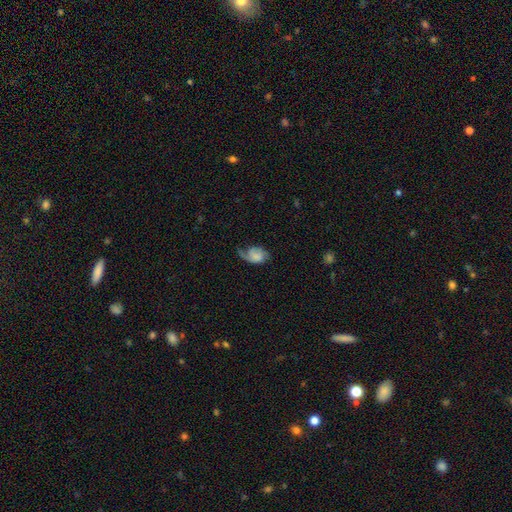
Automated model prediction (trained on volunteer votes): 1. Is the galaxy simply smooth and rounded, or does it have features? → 48% featured or disk, 44% smooth, 8% star or artifact.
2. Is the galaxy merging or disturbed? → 35% major disturbance, 33% none, 29% minor disturbance, 3% merger.